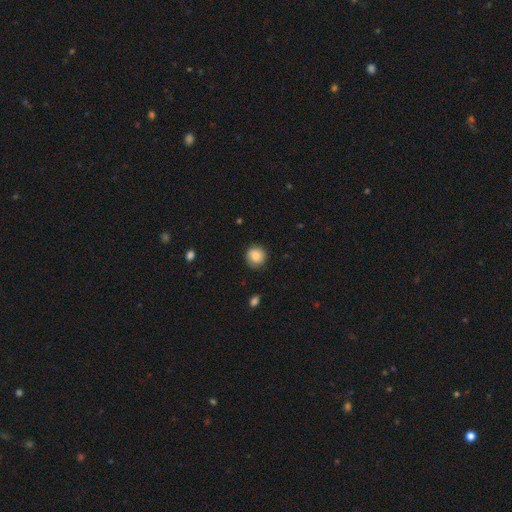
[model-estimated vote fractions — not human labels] A smooth galaxy with no disk features (80%) that is round (91%).

Vote fractions:
- Smooth or featured? smooth: 80% / featured or disk: 12% / star or artifact: 9%
- How rounded? round: 91% / in between: 8% / cigar-shaped: 1%
- Merging? none: 82% / minor disturbance: 13% / major disturbance: 3% / merger: 1%